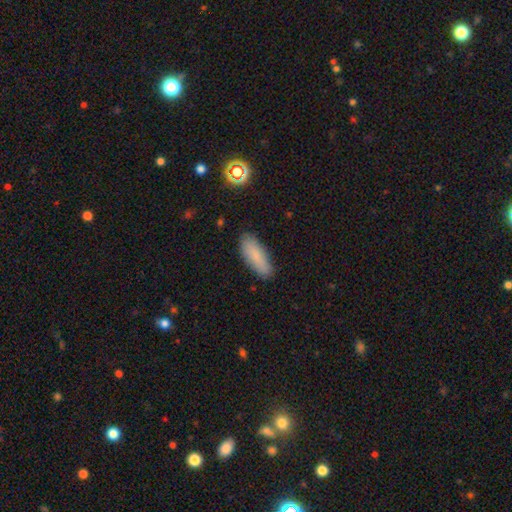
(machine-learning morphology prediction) This is clearly a smooth galaxy (83%). How rounded: likely in between (63%). Merging: clearly none (85%).